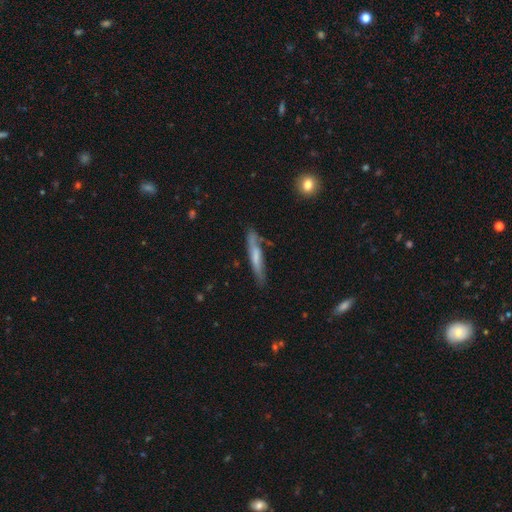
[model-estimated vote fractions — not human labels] smooth 53%, featured or disk 41%, star or artifact 6%. Down the decision tree: how rounded — cigar-shaped (92%); merging — none (70%).